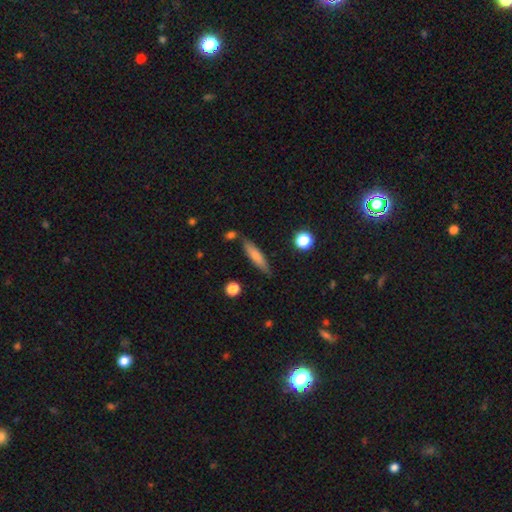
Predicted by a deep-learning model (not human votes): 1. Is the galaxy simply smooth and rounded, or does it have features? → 73% smooth, 20% featured or disk, 7% star or artifact.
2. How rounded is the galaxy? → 80% cigar-shaped, 19% in between, 2% round.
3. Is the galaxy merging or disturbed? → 80% none, 13% minor disturbance, 5% merger, 3% major disturbance.